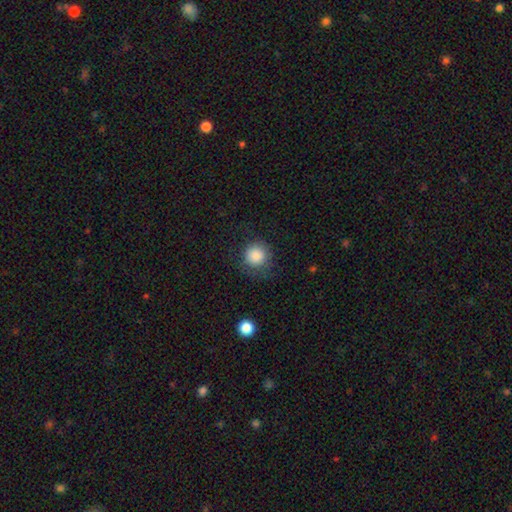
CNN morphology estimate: type=smooth (87%); roundness=round (94%); merging=none (78%).